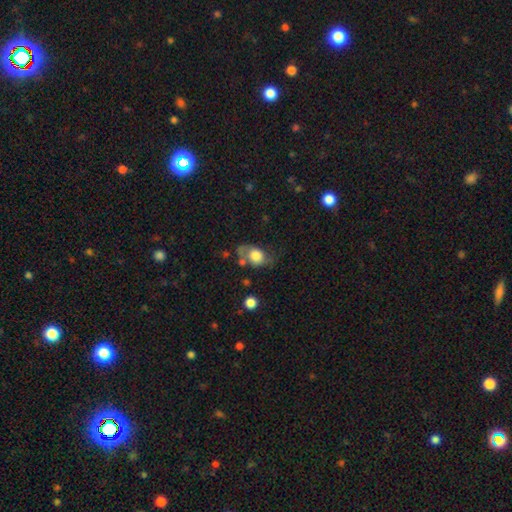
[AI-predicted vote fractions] Morphology: type=smooth (69%); roundness=in between (59%); merging=none (46%).